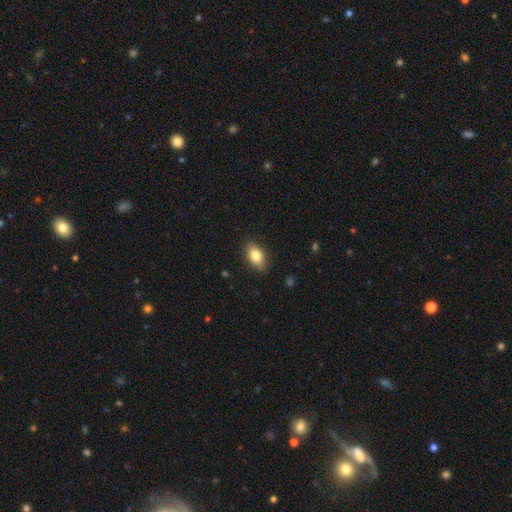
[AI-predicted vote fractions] Smooth or featured?
  - smooth: 82% *
  - featured or disk: 10%
  - star or artifact: 7%
How rounded?
  - in between: 88% *
  - round: 9%
  - cigar-shaped: 3%
Merging?
  - none: 86% *
  - minor disturbance: 10%
  - major disturbance: 2%
  - merger: 1%